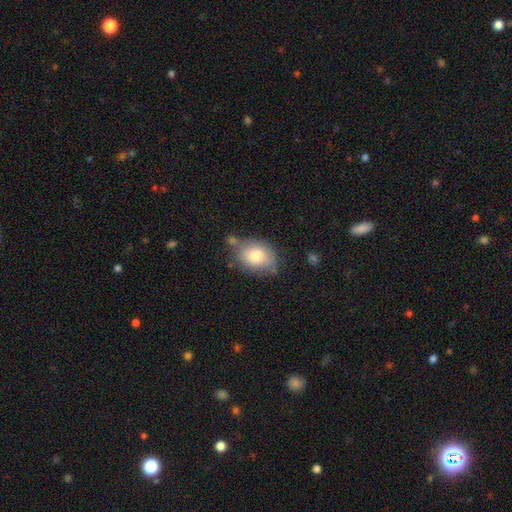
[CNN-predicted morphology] Smooth or featured? Predicted: smooth (p=0.80). How rounded? Predicted: in between (p=0.69). Merging? Predicted: none (p=0.60).